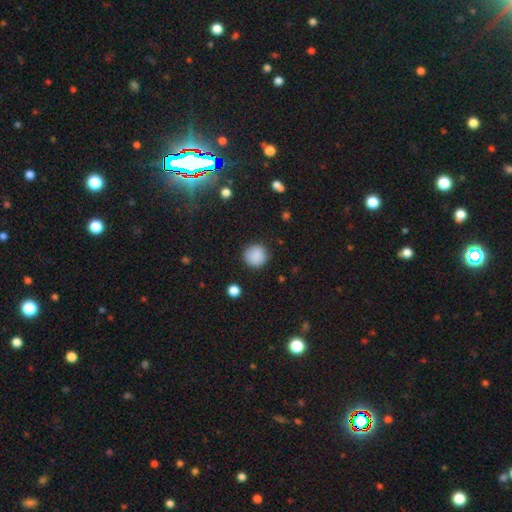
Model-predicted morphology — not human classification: A smooth galaxy with no disk features (88%) that is round (94%).

Vote fractions:
- Smooth or featured? smooth: 88% / star or artifact: 9% / featured or disk: 3%
- How rounded? round: 94% / in between: 5% / cigar-shaped: 1%
- Merging? none: 88% / minor disturbance: 8% / major disturbance: 3% / merger: 1%